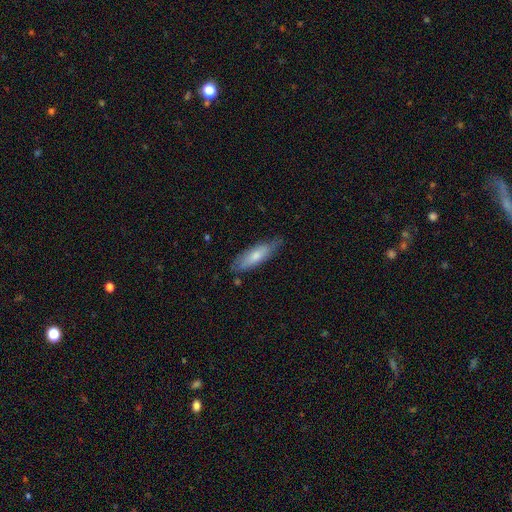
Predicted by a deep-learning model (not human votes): Smooth or featured: smooth — 67% (featured or disk — 27%)
How rounded: cigar-shaped — 53% (in between — 45%)
Merging: none — 72% (minor disturbance — 22%)